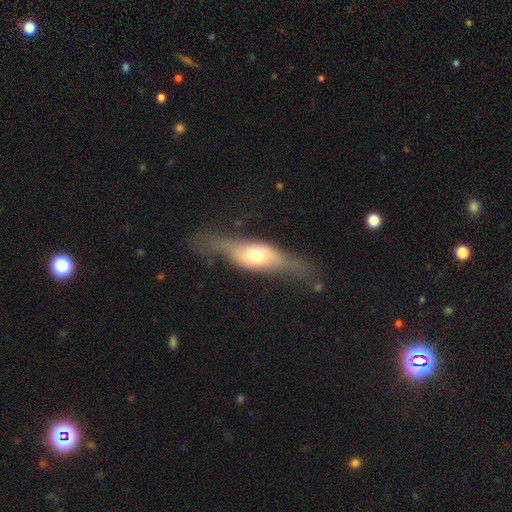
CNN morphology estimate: Smooth or featured: featured or disk — 62% (smooth — 31%)
Edge-on disk: yes — 51% (no — 49%)
Merging: none — 56% (minor disturbance — 24%)